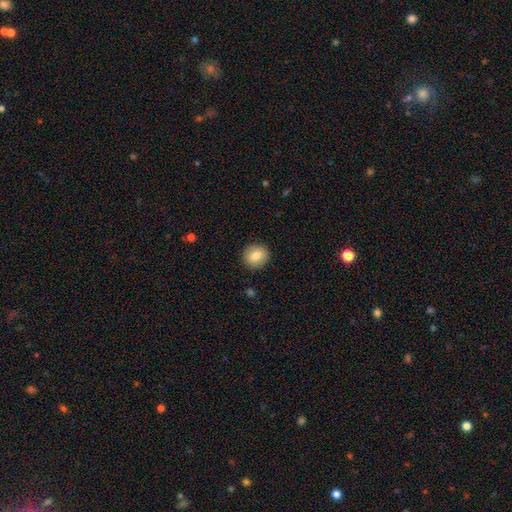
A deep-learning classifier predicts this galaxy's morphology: type=smooth (84%); roundness=round (83%); merging=none (90%).